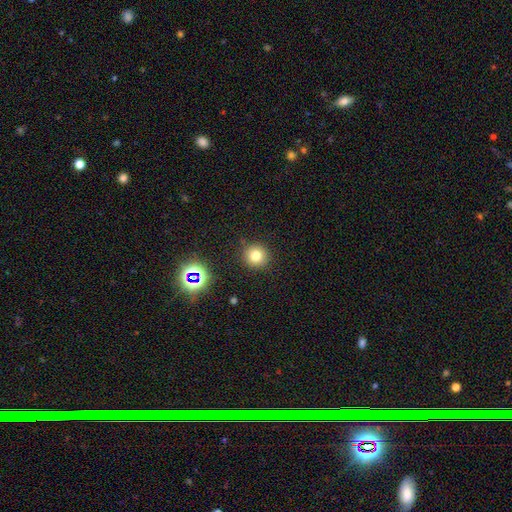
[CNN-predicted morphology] This appears to be a smooth galaxy with no disk features (75%) that is round (93%). Merging: none (89%).